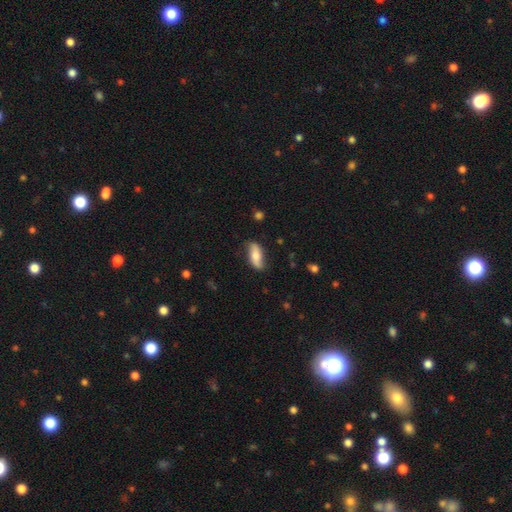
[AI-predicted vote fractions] smooth 55%, featured or disk 38%, star or artifact 7%. Down the decision tree: how rounded — in between (76%); merging — none (76%).